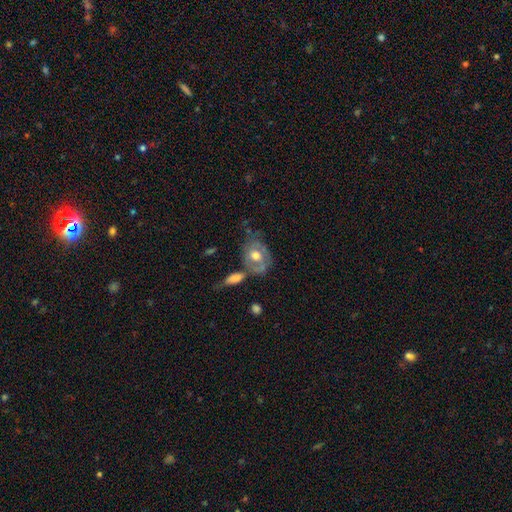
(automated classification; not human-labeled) featured or disk 54%, smooth 40%, star or artifact 6%. Down the decision tree: edge-on disk — no (92%); merging — none (46%).